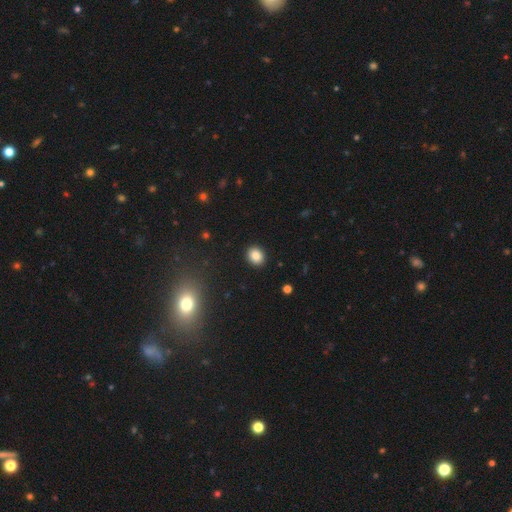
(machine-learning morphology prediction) smooth_or_featured: smooth (p=0.85) [alt: star or artifact p=0.10]
how_rounded: round (p=0.64) [alt: in between p=0.35]
merging: none (p=0.91) [alt: minor disturbance p=0.06]